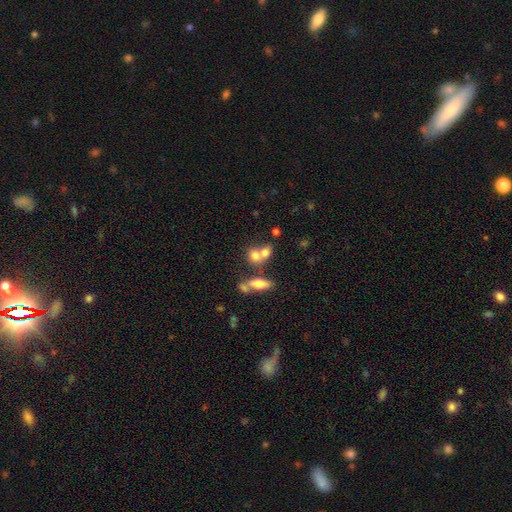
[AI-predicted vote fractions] A smooth galaxy with no disk features (72%) that is in between round and cigar-shaped (48%).

Vote fractions:
- Smooth or featured? smooth: 72% / featured or disk: 17% / star or artifact: 11%
- How rounded? in between: 48% / round: 47% / cigar-shaped: 5%
- Merging? merger: 53% / none: 34% / minor disturbance: 9% / major disturbance: 5%